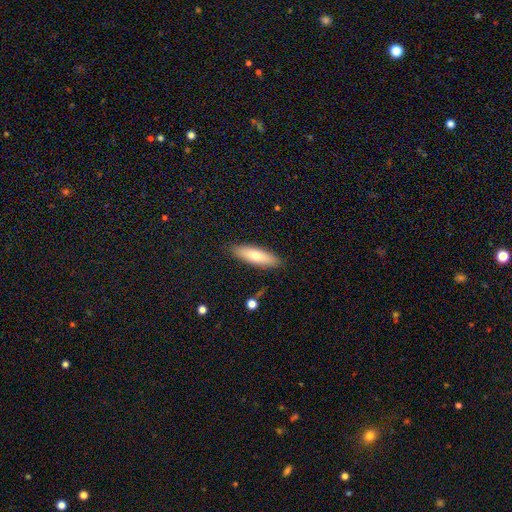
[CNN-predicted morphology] Smooth or featured: smooth — 74% (featured or disk — 20%)
How rounded: cigar-shaped — 59% (in between — 40%)
Merging: none — 87% (minor disturbance — 10%)